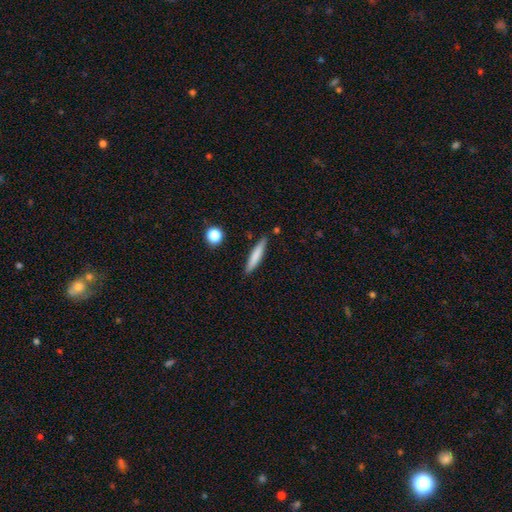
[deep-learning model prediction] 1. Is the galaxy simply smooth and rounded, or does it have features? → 75% smooth, 18% featured or disk, 6% star or artifact.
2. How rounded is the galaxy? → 90% cigar-shaped, 8% in between, 1% round.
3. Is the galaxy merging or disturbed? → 86% none, 10% minor disturbance, 2% merger, 2% major disturbance.